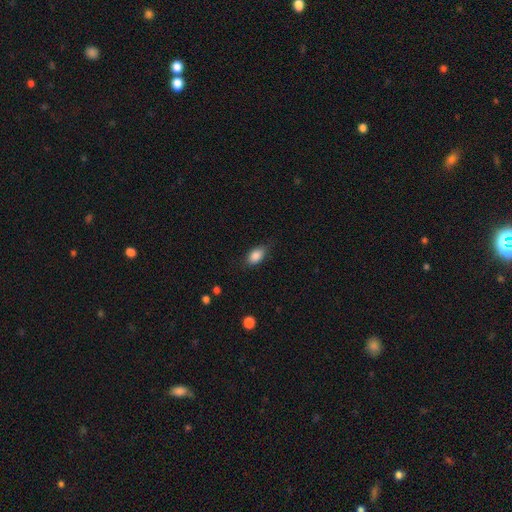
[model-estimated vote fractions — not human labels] smooth 87%, star or artifact 7%, featured or disk 6%. Down the decision tree: how rounded — in between (89%); merging — none (74%).